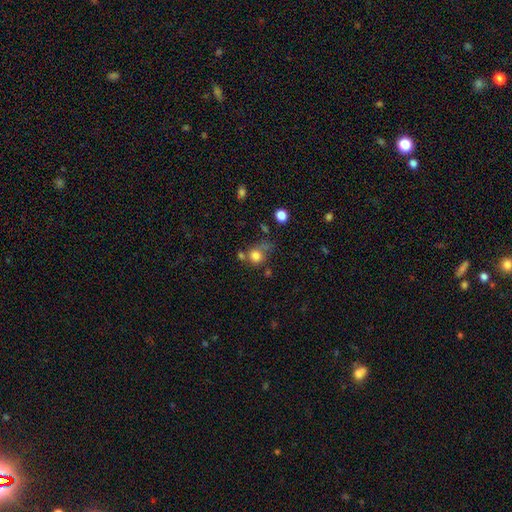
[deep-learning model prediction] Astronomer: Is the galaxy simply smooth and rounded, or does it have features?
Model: smooth — 78%.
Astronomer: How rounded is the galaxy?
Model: round — 80%.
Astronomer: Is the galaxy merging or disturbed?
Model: none — 45% (runner-up: merger, 21%).